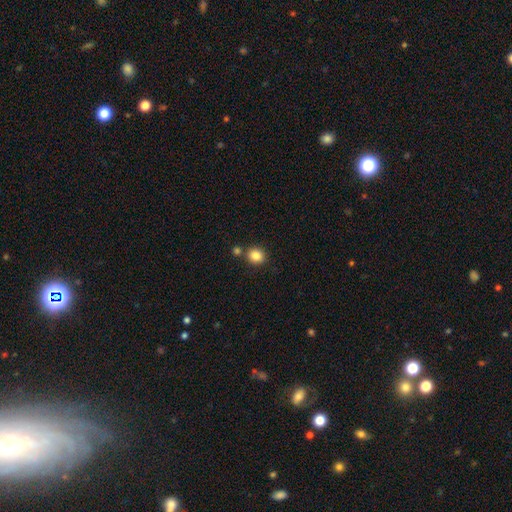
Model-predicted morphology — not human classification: This appears to be a smooth galaxy with no disk features (85%) that is round (78%). Merging: none (76%).